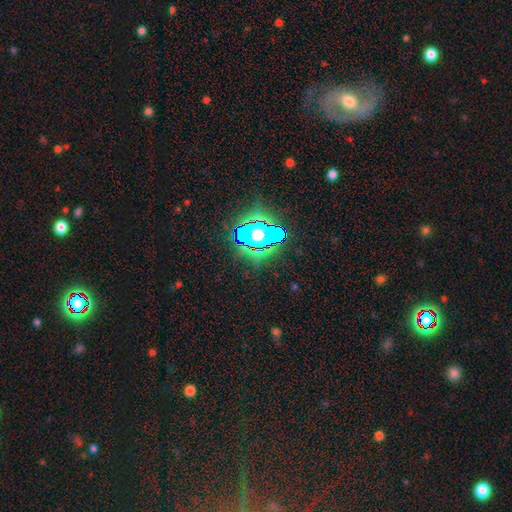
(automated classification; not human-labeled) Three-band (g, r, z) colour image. It shows a star or artifact, not a galaxy (75%).